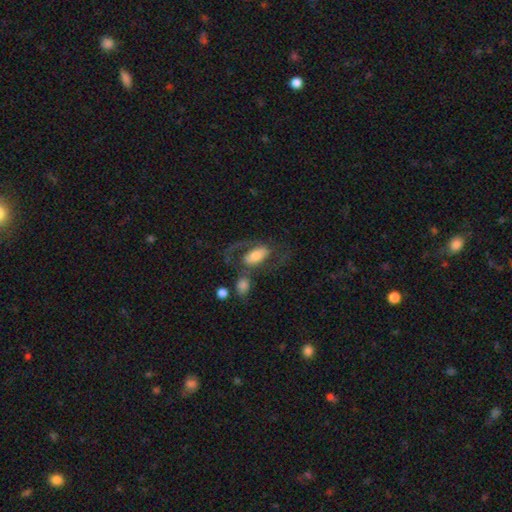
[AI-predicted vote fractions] A featured or disk galaxy (48%). Merging: none (38%).